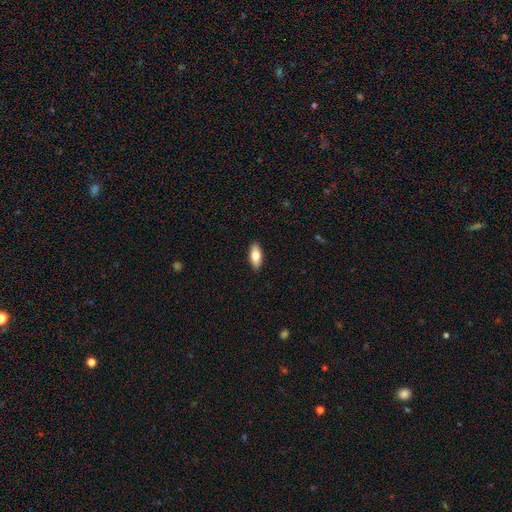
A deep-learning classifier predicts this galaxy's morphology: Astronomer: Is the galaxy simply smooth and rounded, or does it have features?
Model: smooth — 77%.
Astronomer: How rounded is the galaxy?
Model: in between — 85%.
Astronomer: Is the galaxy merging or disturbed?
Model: none — 90%.